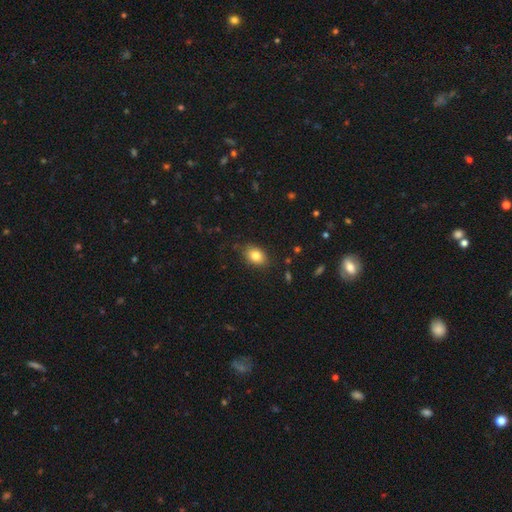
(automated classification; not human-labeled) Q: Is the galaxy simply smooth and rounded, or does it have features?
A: smooth — 83%.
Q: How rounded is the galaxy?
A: in between — 74%.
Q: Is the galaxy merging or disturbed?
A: none — 82%.